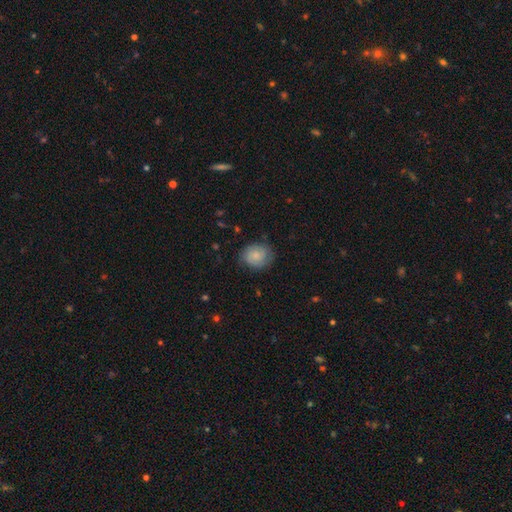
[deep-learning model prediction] This appears to be a smooth galaxy with no disk features (55%) that is round (66%). Merging: none (77%).